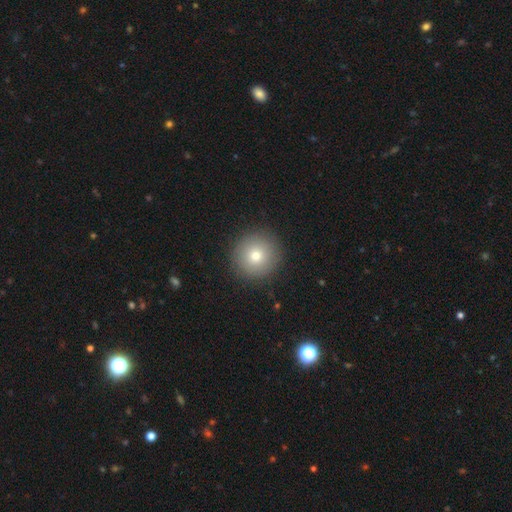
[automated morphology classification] This is likely a smooth galaxy (77%). How rounded: clearly round (95%). Merging: clearly none (92%).